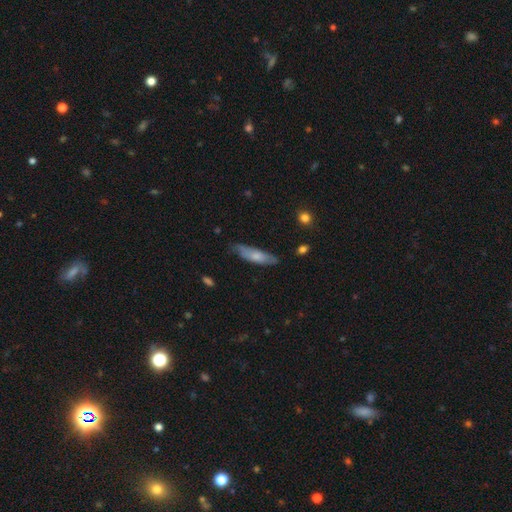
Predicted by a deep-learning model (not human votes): This is likely a smooth galaxy (63%). How rounded: possibly cigar-shaped (60%). Merging: likely none (68%).